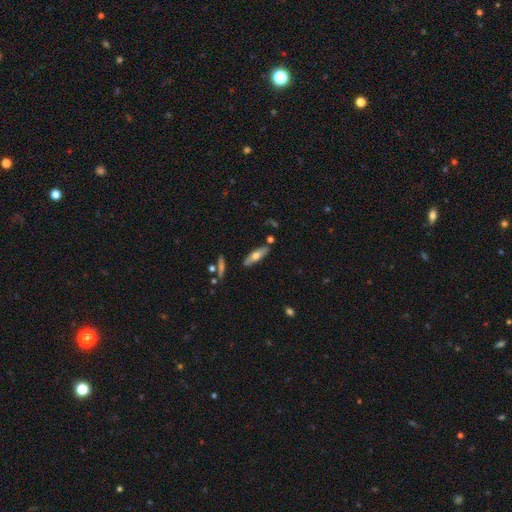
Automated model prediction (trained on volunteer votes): Smooth or featured?
  - smooth: 54% *
  - featured or disk: 39%
  - star or artifact: 7%
How rounded?
  - cigar-shaped: 52% *
  - in between: 45%
  - round: 2%
Merging?
  - none: 81% *
  - minor disturbance: 12%
  - merger: 5%
  - major disturbance: 2%